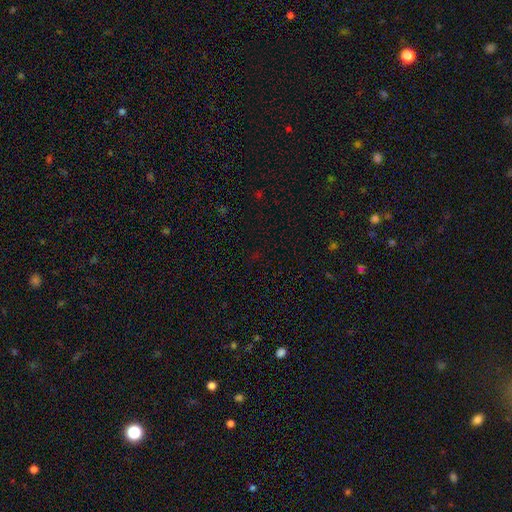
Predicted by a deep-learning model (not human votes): Smooth or featured? Predicted: star or artifact (p=0.69).